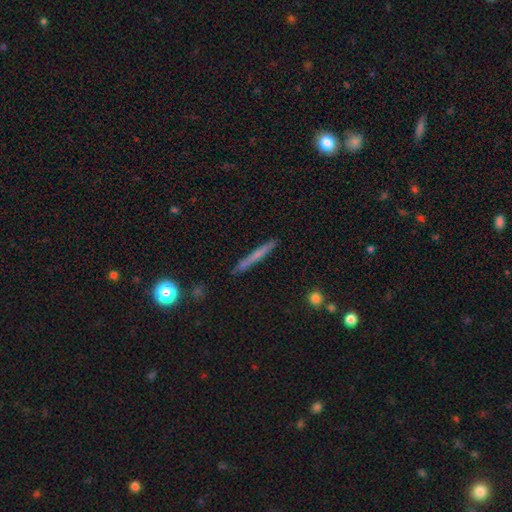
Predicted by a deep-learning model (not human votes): Smooth or featured?
  - smooth: 50% *
  - featured or disk: 42%
  - star or artifact: 8%
How rounded?
  - cigar-shaped: 94% *
  - in between: 3%
  - round: 3%
Merging?
  - none: 89% *
  - minor disturbance: 8%
  - major disturbance: 2%
  - merger: 2%